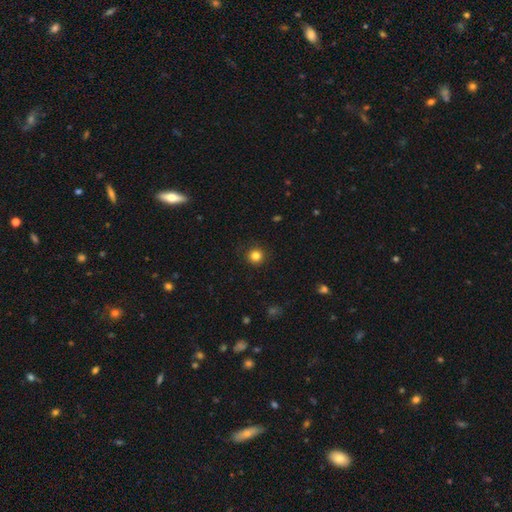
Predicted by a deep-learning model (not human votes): Overall: smooth (83%). How rounded: round (94%). Merging: none (91%).